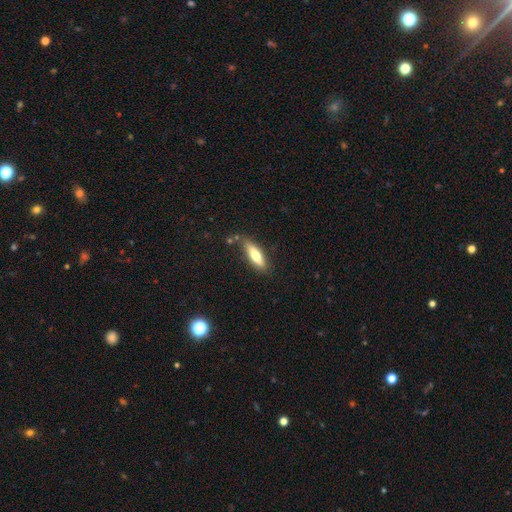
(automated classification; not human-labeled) Overall: smooth (65%; featured or disk 29%). How rounded: cigar-shaped (57%; in between 41%). Merging: none (75%).